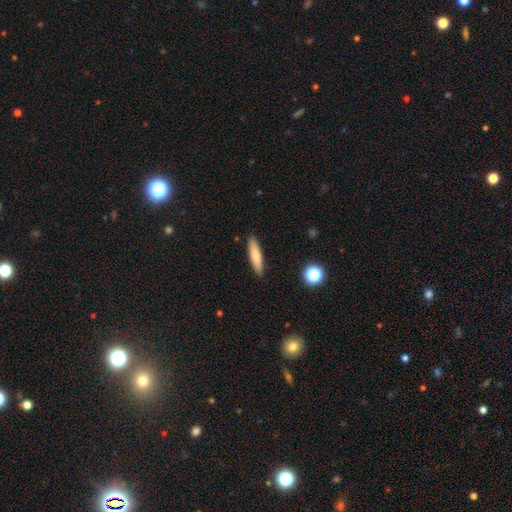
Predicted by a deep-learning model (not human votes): A smooth galaxy with no disk features (77%) that is cigar-shaped (81%). Merging: none (90%).